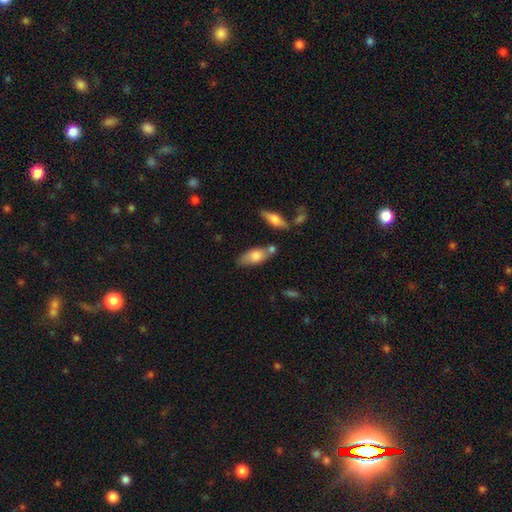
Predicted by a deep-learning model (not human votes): smooth_or_featured: smooth (p=0.73) [alt: featured or disk p=0.21]
how_rounded: in between (p=0.82) [alt: cigar-shaped p=0.15]
merging: none (p=0.62) [alt: minor disturbance p=0.18]